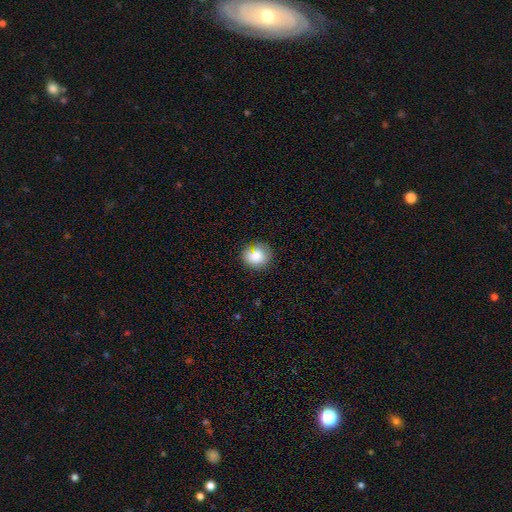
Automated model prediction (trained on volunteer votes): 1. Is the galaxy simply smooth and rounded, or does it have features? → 82% smooth, 11% star or artifact, 8% featured or disk.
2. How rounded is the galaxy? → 84% round, 15% in between, 1% cigar-shaped.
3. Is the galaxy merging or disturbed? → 80% none, 14% minor disturbance, 3% major disturbance, 2% merger.